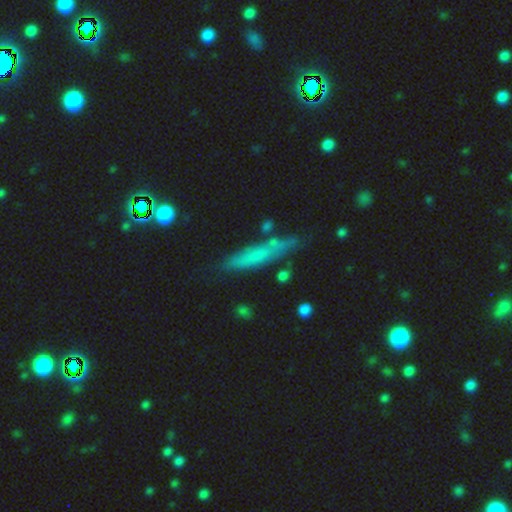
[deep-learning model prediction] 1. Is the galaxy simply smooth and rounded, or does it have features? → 60% smooth, 30% featured or disk, 10% star or artifact.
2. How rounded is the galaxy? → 82% cigar-shaped, 15% in between, 3% round.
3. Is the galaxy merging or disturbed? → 73% none, 17% minor disturbance, 5% merger, 5% major disturbance.